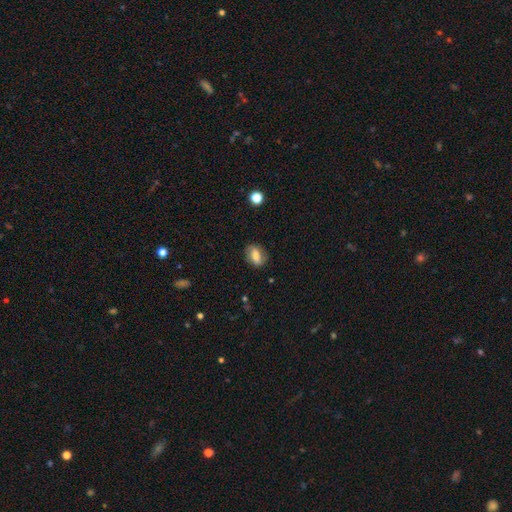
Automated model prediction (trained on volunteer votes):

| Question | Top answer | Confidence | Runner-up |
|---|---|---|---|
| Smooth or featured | smooth | 65% | featured or disk (26%) |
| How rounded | in between | 75% | round (21%) |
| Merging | none | 79% | minor disturbance (15%) |